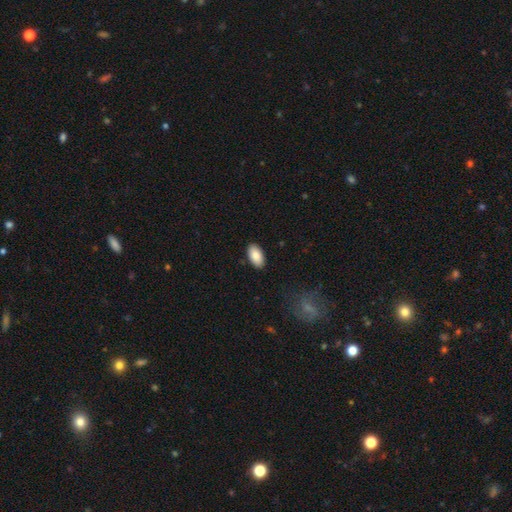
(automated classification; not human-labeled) smooth-or-featured: smooth: 87% | star or artifact: 6% | featured or disk: 6%
  how-rounded: in between: 95% | round: 3% | cigar-shaped: 2%
  merging: none: 89% | minor disturbance: 8% | major disturbance: 2% | merger: 1%